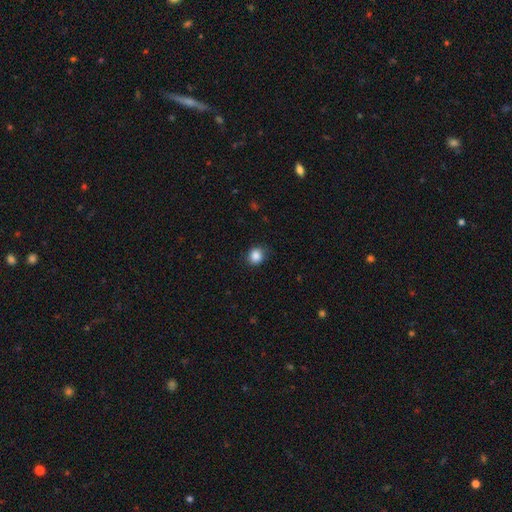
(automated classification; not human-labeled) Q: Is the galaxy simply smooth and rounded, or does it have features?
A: smooth — 86%.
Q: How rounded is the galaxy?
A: round — 77%.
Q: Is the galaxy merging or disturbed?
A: none — 84%.